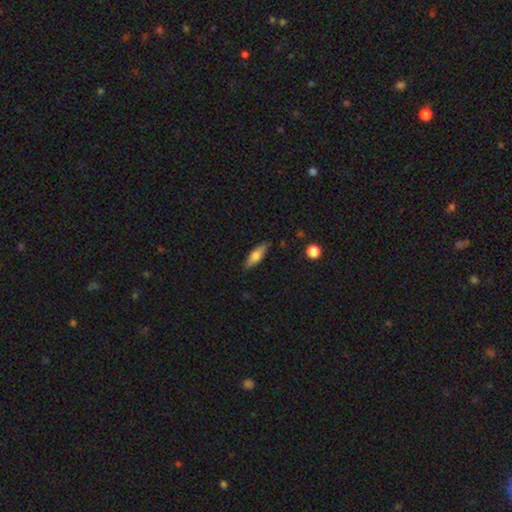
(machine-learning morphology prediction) smooth-or-featured: smooth: 64% | featured or disk: 29% | star or artifact: 7%
  how-rounded: cigar-shaped: 49% (tied) | in between: 49% (tied) | round: 2%
  merging: none: 84% | minor disturbance: 12% | major disturbance: 2% | merger: 1%